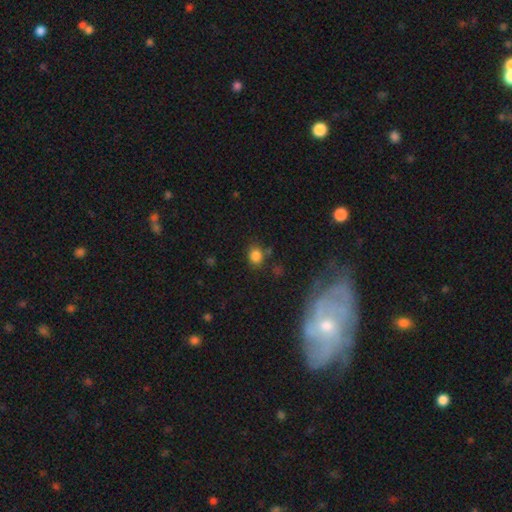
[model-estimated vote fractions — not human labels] smooth_or_featured: smooth (p=0.82) [alt: star or artifact p=0.13]
how_rounded: round (p=0.64) [alt: in between p=0.34]
merging: none (p=0.76) [alt: minor disturbance p=0.13]